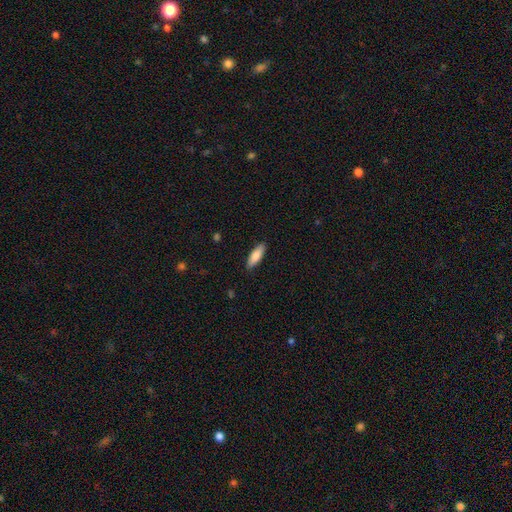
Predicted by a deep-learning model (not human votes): The model was most divided on "how rounded": in between: 54%, cigar-shaped: 44%, round: 2%. More confident: merging — none (88%); smooth or featured — smooth (82%).